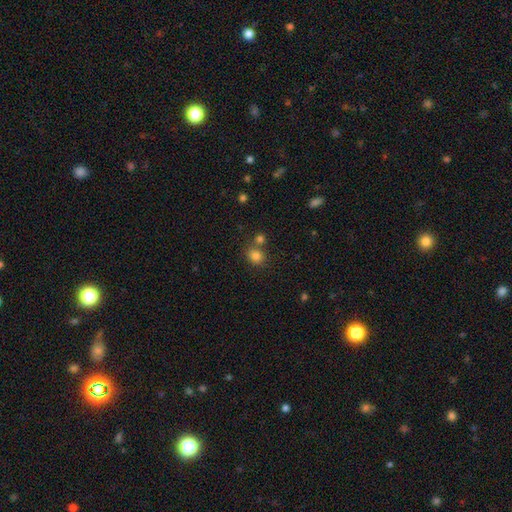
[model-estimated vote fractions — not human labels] Smooth or featured? Predicted: smooth (p=0.81). How rounded? Predicted: round (p=0.73). Merging? Predicted: none (p=0.64).